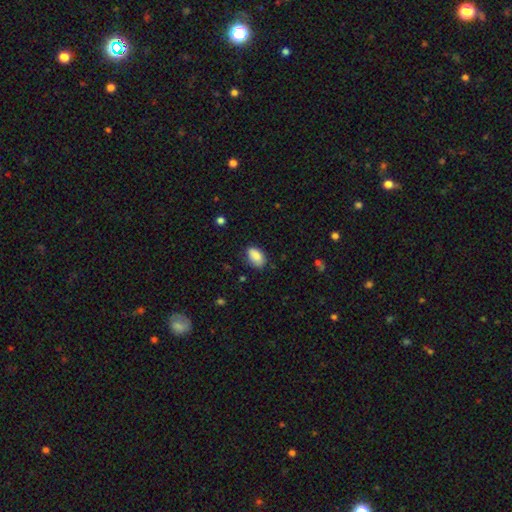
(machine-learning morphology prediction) This is clearly a smooth galaxy (87%). How rounded: clearly in between (91%). Merging: likely none (76%).